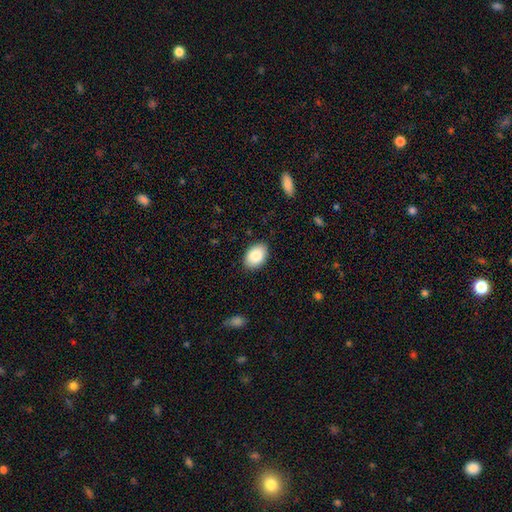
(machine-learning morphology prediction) smooth_or_featured: smooth (p=0.87) [alt: featured or disk p=0.07]
how_rounded: in between (p=0.86) [alt: round p=0.13]
merging: none (p=0.88) [alt: minor disturbance p=0.09]